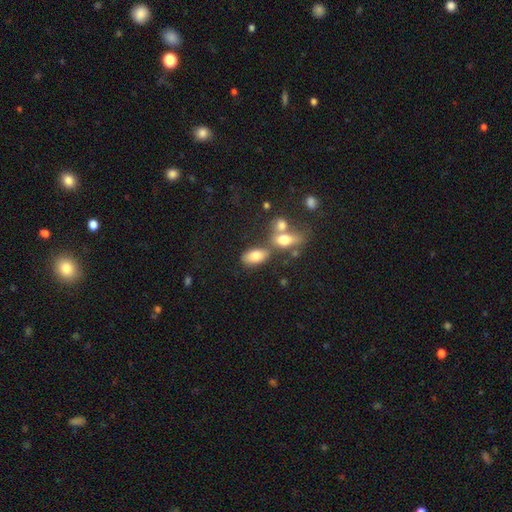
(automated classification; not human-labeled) smooth 77%, featured or disk 13%, star or artifact 9%. Down the decision tree: how rounded — in between (89%); merging — none (49%).